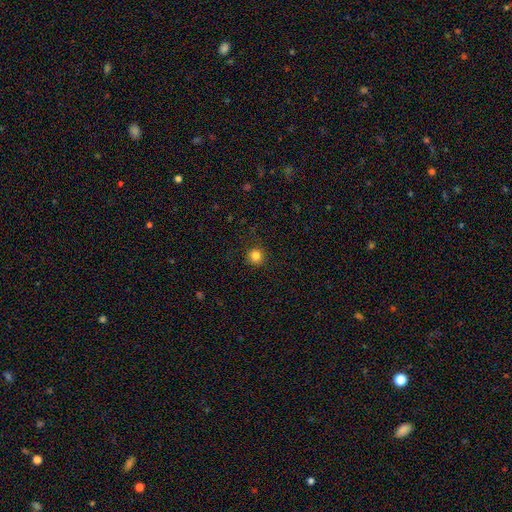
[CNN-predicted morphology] smooth 83%, star or artifact 13%, featured or disk 4%. Down the decision tree: how rounded — round (94%); merging — none (90%).